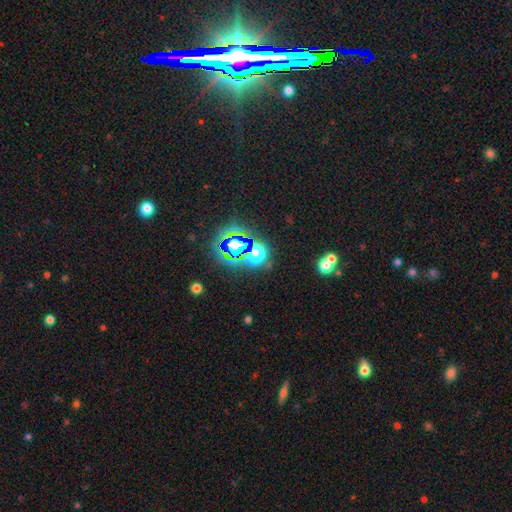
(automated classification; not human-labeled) Smooth or featured: star or artifact — 76% (smooth — 16%)